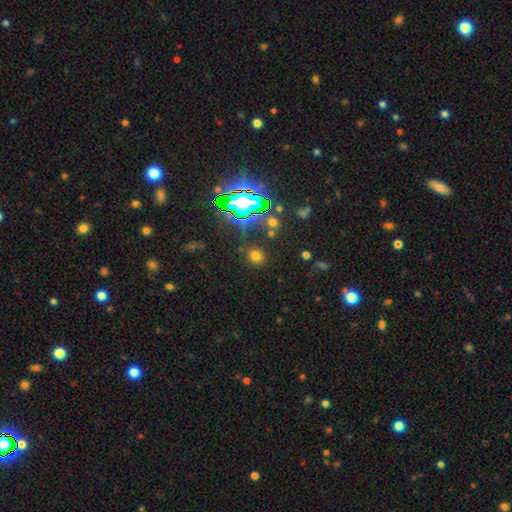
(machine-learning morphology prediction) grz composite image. It shows a smooth galaxy with no disk features (63%) that is round (77%). Merging: none (84%).